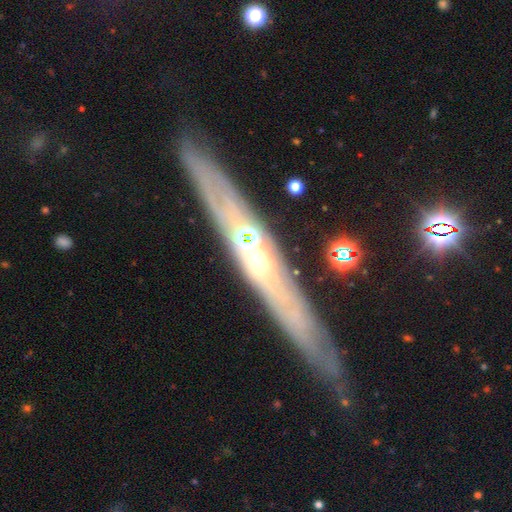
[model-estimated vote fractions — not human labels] Smooth or featured? Predicted: featured or disk (p=0.74). Edge-on disk? Predicted: yes (p=0.74). Edge-on bulge? Predicted: rounded (p=0.73). Merging? Predicted: none (p=0.84).